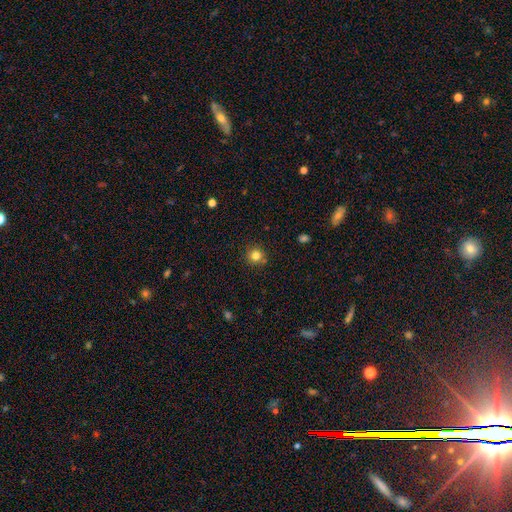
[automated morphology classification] A smooth galaxy with no disk features (81%) that is round (94%). Merging: none (85%).